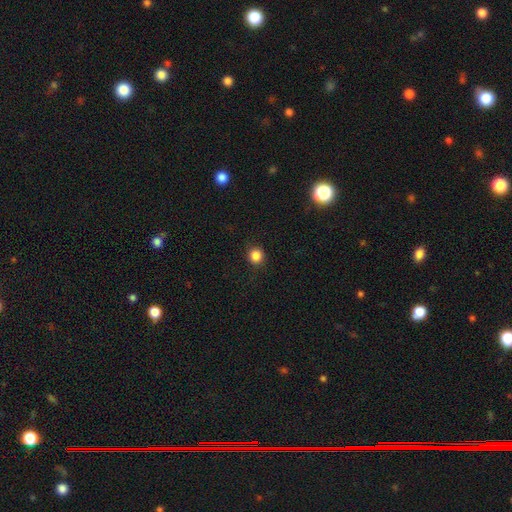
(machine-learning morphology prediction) type=smooth (85%); roundness=round (92%); merging=none (90%).